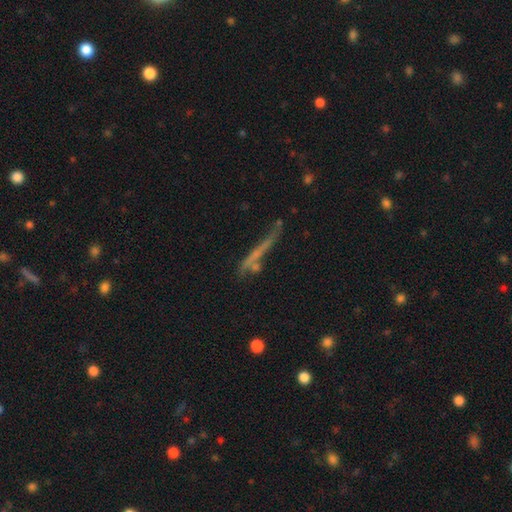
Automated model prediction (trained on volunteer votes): A featured or disk galaxy (48%).

Vote fractions:
- Smooth or featured? featured or disk: 48% / smooth: 38% / star or artifact: 13%
- Merging? none: 51% / minor disturbance: 22% / major disturbance: 15% / merger: 12%